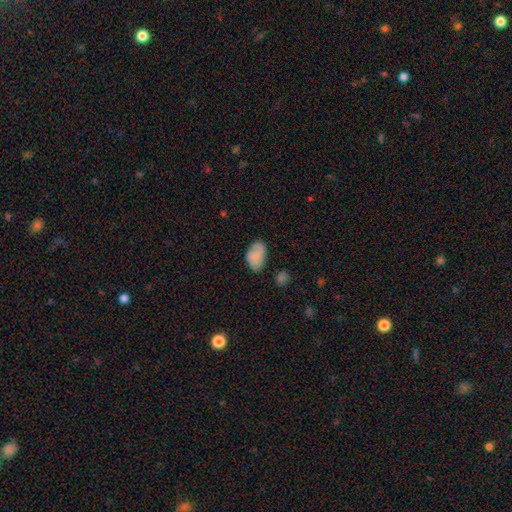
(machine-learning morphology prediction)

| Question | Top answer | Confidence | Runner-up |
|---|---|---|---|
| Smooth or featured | smooth | 82% | featured or disk (10%) |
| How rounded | in between | 92% | round (7%) |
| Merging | none | 66% | minor disturbance (25%) |